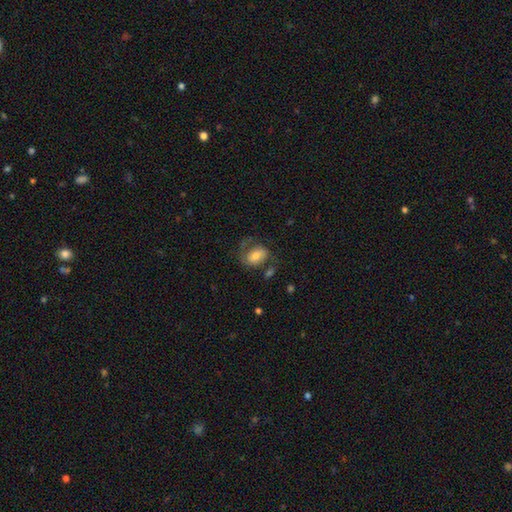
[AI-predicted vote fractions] The model was most divided on "smooth or featured": smooth: 50%, featured or disk: 41%, star or artifact: 8%. Remaining: how rounded — in between (73%); merging — none (47%).